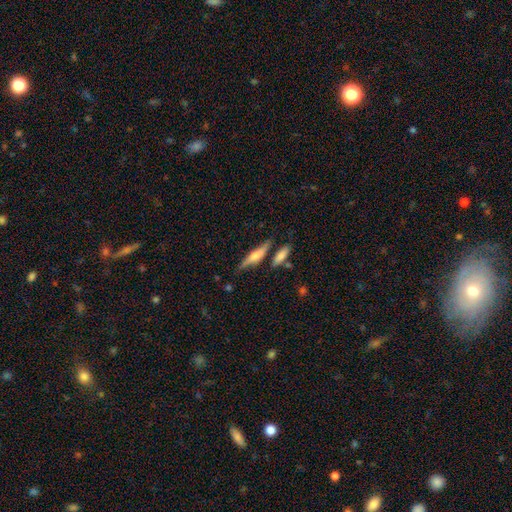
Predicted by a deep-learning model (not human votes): Morphology: type=featured or disk (55%); edge-on=yes (93%); edge-on bulge=rounded (79%); merging=none (71%).